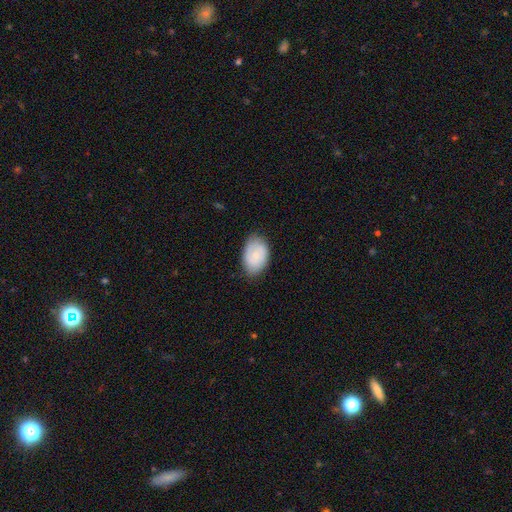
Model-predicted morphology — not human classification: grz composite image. It shows a smooth galaxy with no disk features (58%) that is in between round and cigar-shaped (84%). Merging: none (78%).